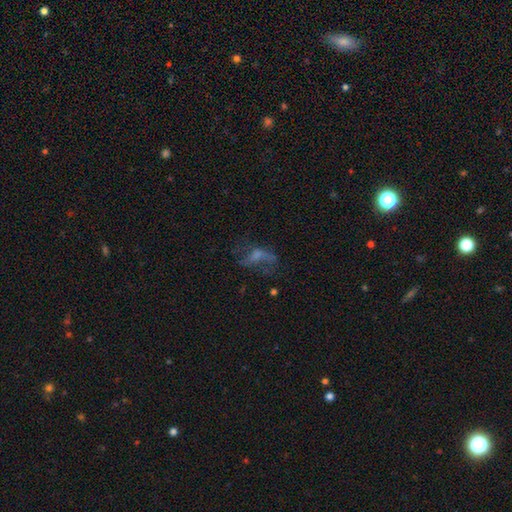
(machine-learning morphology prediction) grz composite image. It shows a featured or disk galaxy (50%). Merging: none (43%).